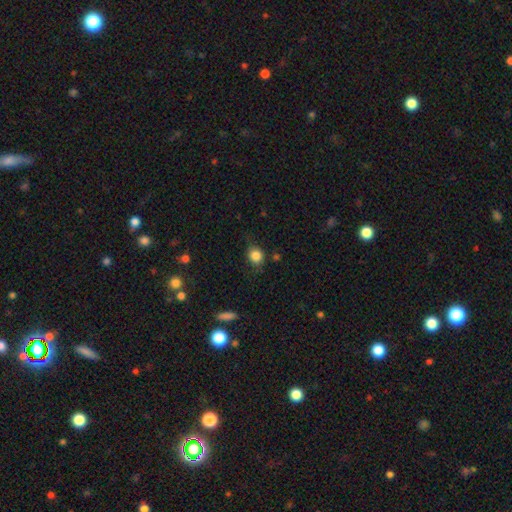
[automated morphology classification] smooth 84%, star or artifact 10%, featured or disk 6%. Down the decision tree: how rounded — round (72%); merging — none (74%).